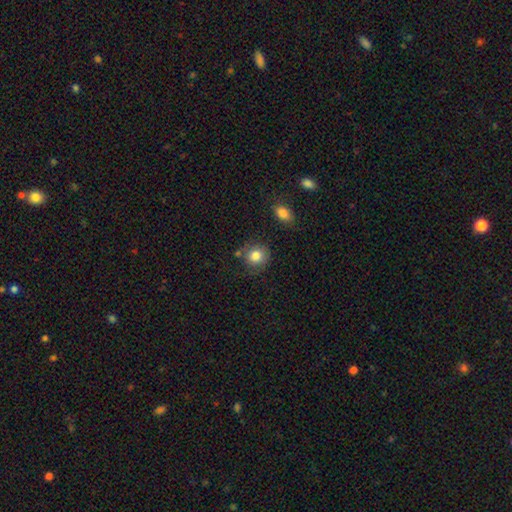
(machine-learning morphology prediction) This appears to be a smooth galaxy with no disk features (83%) that is round (84%). Merging: none (73%).